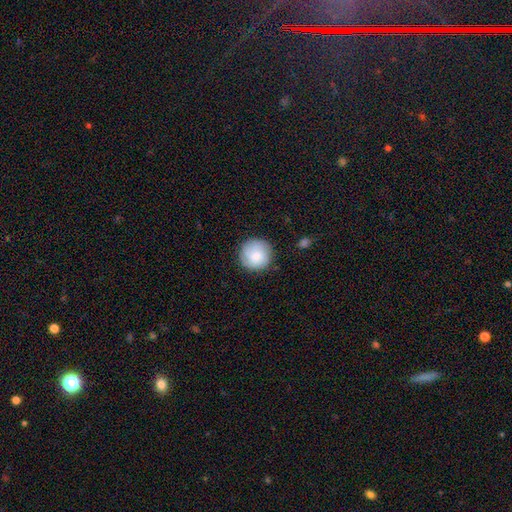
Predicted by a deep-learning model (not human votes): Overall: smooth (73%). How rounded: round (94%). Merging: none (84%).